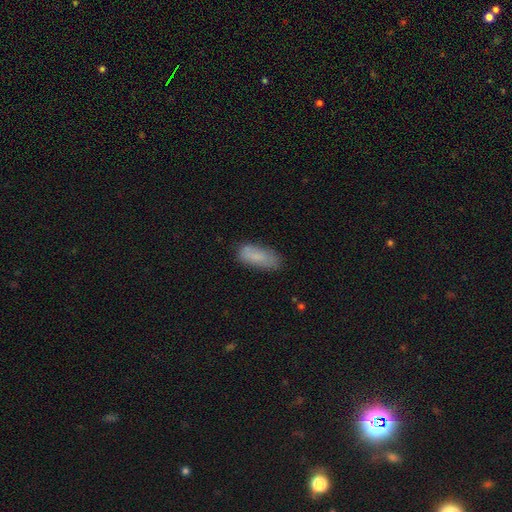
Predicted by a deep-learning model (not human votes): Smooth or featured?
  - smooth: 82% *
  - featured or disk: 11%
  - star or artifact: 7%
How rounded?
  - in between: 79% *
  - cigar-shaped: 19%
  - round: 2%
Merging?
  - none: 72% *
  - minor disturbance: 21%
  - major disturbance: 5%
  - merger: 2%